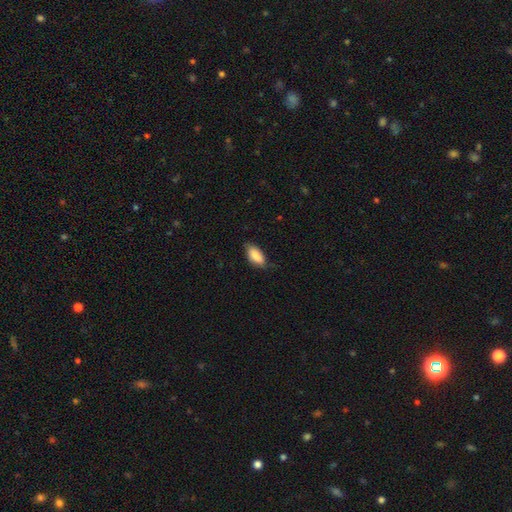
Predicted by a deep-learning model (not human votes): Q: Smooth or featured?
A: smooth (87%); runner-up: featured or disk (7%)
Q: How rounded?
A: in between (90%); runner-up: cigar-shaped (7%)
Q: Merging?
A: none (71%); runner-up: minor disturbance (24%)